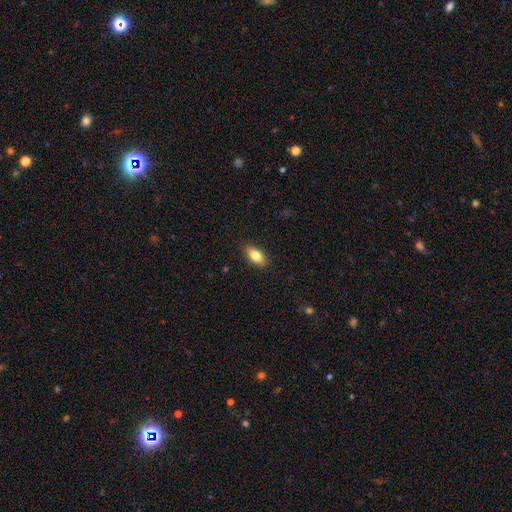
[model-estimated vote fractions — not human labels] Smooth or featured? Predicted: smooth (p=0.80). How rounded? Predicted: in between (p=0.86). Merging? Predicted: none (p=0.89).